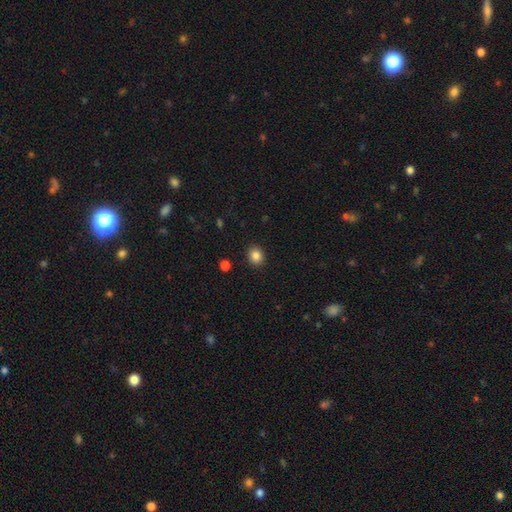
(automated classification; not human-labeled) Morphology: type=smooth (86%); roundness=round (67%); merging=none (90%).